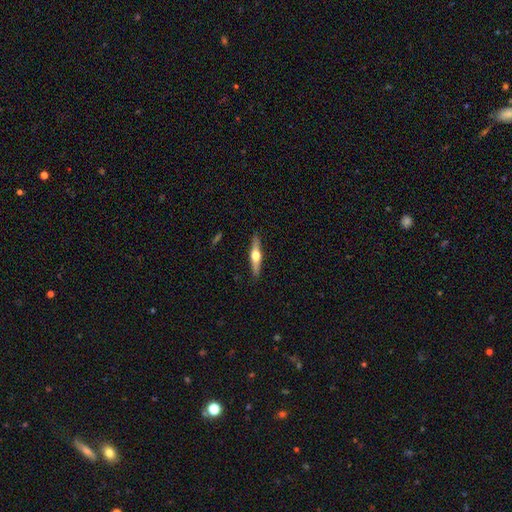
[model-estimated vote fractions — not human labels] A featured or disk galaxy (65%) viewed edge-on (96%) with a rounded central bulge (95%).

Vote fractions:
- Smooth or featured? featured or disk: 65% / smooth: 30% / star or artifact: 6%
- Edge-on disk? yes: 96% / no: 4%
- Edge-on bulge? rounded: 95% / boxy: 3% / none: 2%
- Merging? none: 89% / minor disturbance: 8% / major disturbance: 2% / merger: 1%